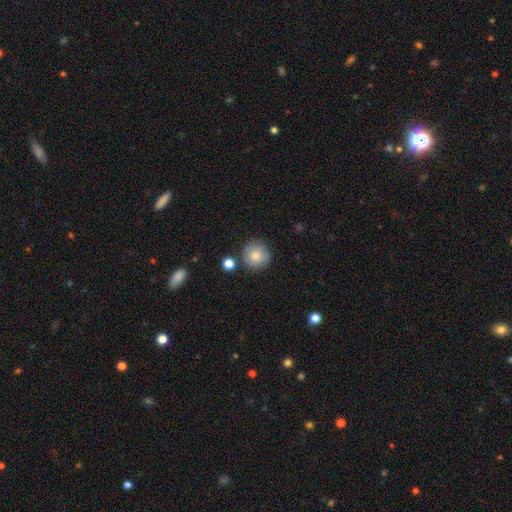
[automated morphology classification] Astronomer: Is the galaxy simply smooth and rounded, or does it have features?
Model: smooth — 80%.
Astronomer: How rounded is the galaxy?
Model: round — 94%.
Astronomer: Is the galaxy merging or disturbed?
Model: none — 81%.